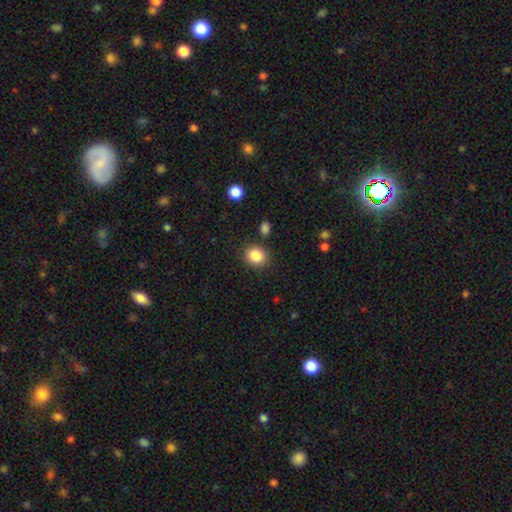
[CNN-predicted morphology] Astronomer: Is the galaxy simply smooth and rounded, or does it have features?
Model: smooth — 87%.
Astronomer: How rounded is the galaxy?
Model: round — 68%.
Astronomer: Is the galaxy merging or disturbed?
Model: none — 84%.